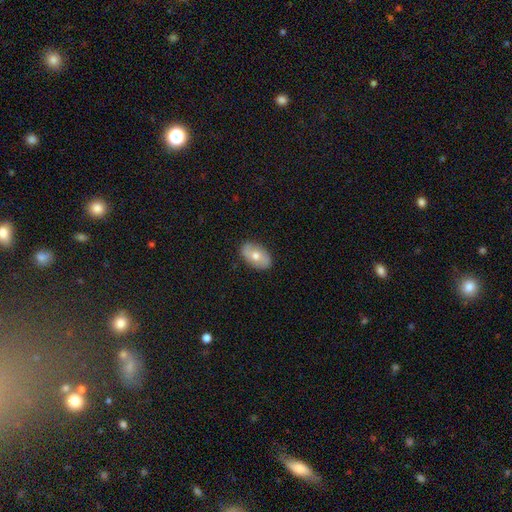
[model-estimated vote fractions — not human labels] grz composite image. It shows a smooth galaxy with no disk features (58%) that is in between round and cigar-shaped (91%). Merging: none (85%).